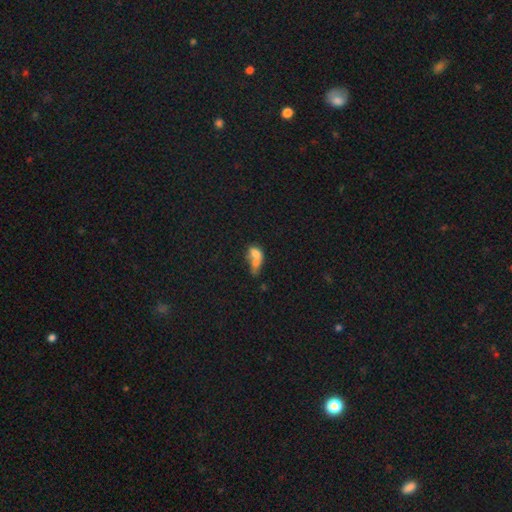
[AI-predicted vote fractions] Morphology: type=smooth (66%); roundness=in between (76%); merging=merger (61%).